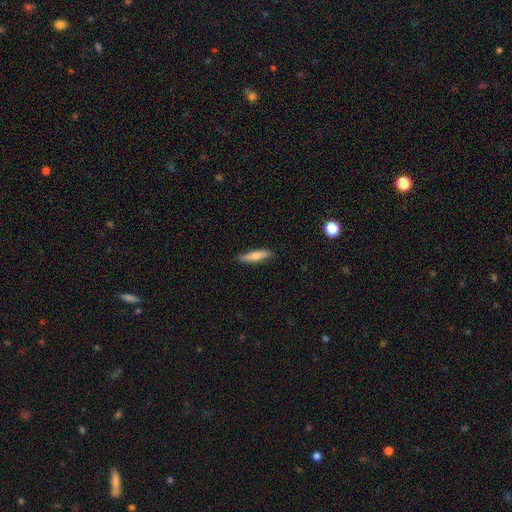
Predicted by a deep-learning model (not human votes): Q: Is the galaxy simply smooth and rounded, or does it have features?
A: smooth — 67%.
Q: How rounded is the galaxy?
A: cigar-shaped — 81%.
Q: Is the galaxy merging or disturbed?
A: none — 86%.